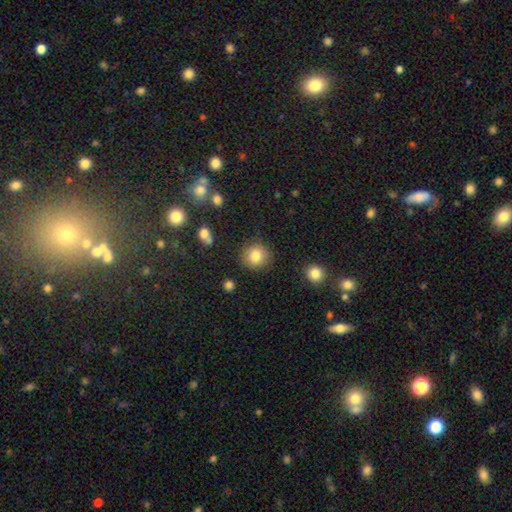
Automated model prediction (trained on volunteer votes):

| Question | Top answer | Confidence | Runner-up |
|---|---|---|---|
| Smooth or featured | smooth | 82% | star or artifact (10%) |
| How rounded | round | 89% | in between (10%) |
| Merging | none | 87% | minor disturbance (8%) |